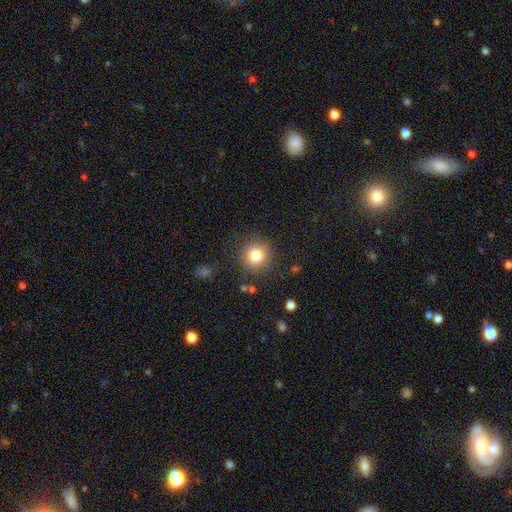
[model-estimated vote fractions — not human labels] Smooth or featured?
  - smooth: 81% *
  - star or artifact: 11%
  - featured or disk: 8%
How rounded?
  - round: 94% *
  - in between: 5%
  - cigar-shaped: 1%
Merging?
  - none: 88% *
  - minor disturbance: 7%
  - major disturbance: 3%
  - merger: 2%